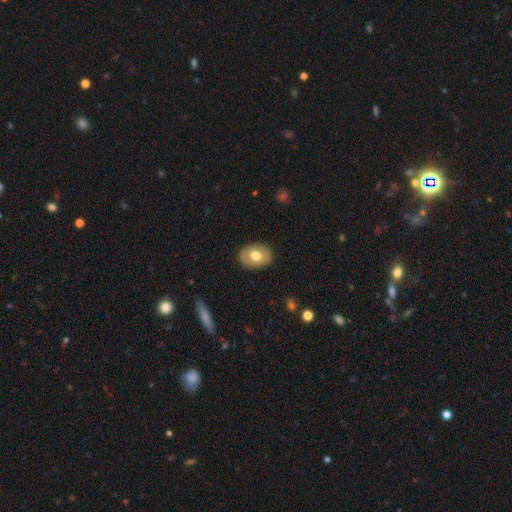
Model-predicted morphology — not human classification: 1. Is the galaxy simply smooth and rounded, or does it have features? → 66% smooth, 27% featured or disk, 6% star or artifact.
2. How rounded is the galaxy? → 71% in between, 28% round, 1% cigar-shaped.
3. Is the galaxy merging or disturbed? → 88% none, 9% minor disturbance, 2% major disturbance, 1% merger.